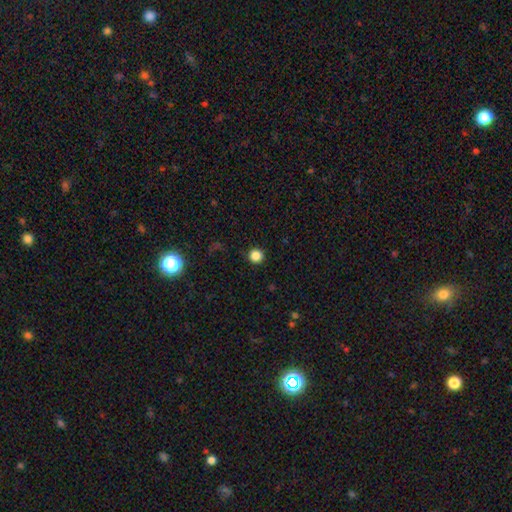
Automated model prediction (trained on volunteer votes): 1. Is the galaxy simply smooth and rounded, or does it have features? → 85% smooth, 12% star or artifact, 3% featured or disk.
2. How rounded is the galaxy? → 95% round, 4% in between, 1% cigar-shaped.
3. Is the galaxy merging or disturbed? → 92% none, 5% minor disturbance, 2% major disturbance, 1% merger.